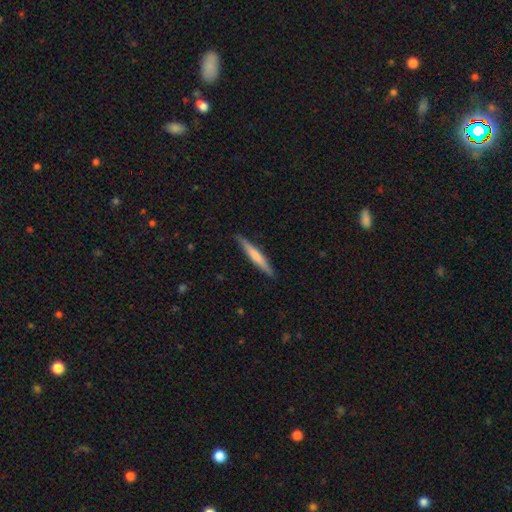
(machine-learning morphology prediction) type=smooth (58%); roundness=cigar-shaped (95%); merging=none (88%).